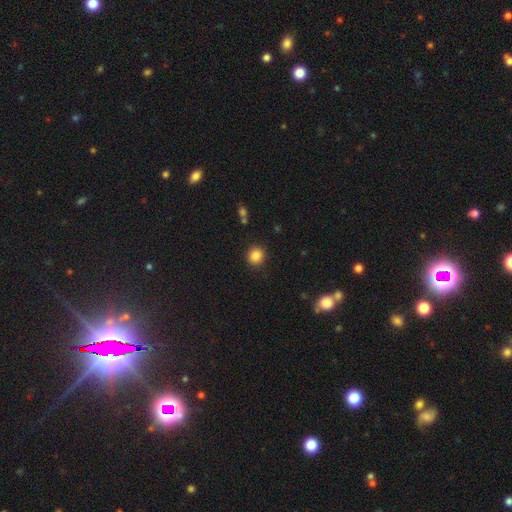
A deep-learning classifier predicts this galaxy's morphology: This is clearly a smooth galaxy (86%). How rounded: clearly round (89%). Merging: clearly none (90%).